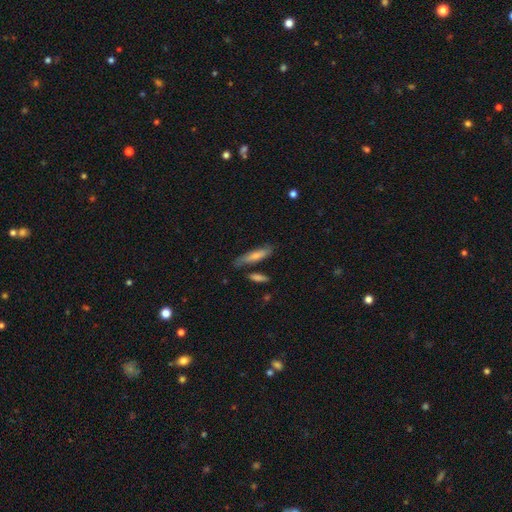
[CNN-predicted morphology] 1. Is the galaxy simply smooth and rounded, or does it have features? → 58% smooth, 34% featured or disk, 7% star or artifact.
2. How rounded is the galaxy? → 78% cigar-shaped, 20% in between, 2% round.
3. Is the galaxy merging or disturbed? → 73% none, 17% minor disturbance, 6% merger, 4% major disturbance.